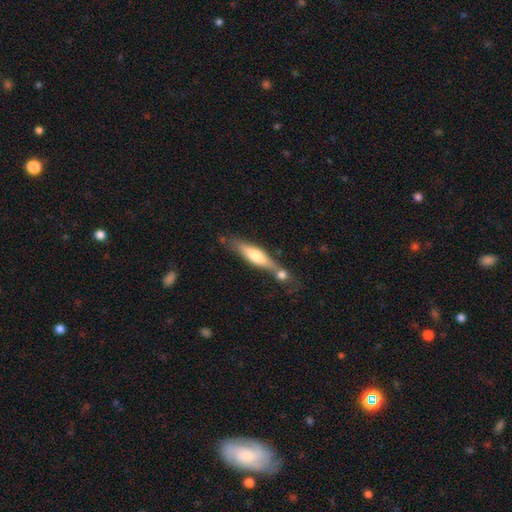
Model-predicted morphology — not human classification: Smooth or featured? Predicted: smooth (p=0.50). Merging? Predicted: none (p=0.50).